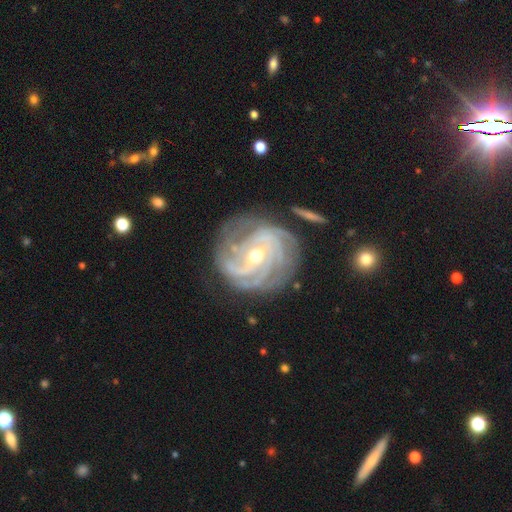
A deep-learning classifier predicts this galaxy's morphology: A featured or disk galaxy (91%) with no bar (41%), 4 (29%) tight (75%) spiral arms (98%) and a moderate central bulge (55%). Merging: none (76%).